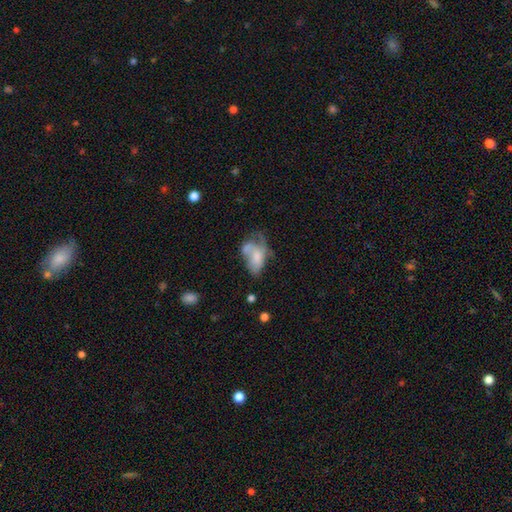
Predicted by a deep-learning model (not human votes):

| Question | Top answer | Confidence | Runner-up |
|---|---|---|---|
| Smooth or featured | smooth | 51% | featured or disk (40%) |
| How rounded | in between | 88% | round (10%) |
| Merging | merger | 32% | major disturbance (31%) |